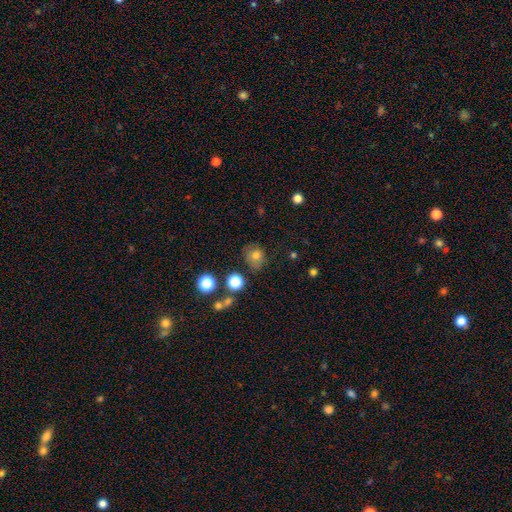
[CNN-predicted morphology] smooth_or_featured: smooth (p=0.74) [alt: star or artifact p=0.14]
how_rounded: round (p=0.70) [alt: in between p=0.29]
merging: none (p=0.70) [alt: minor disturbance p=0.19]